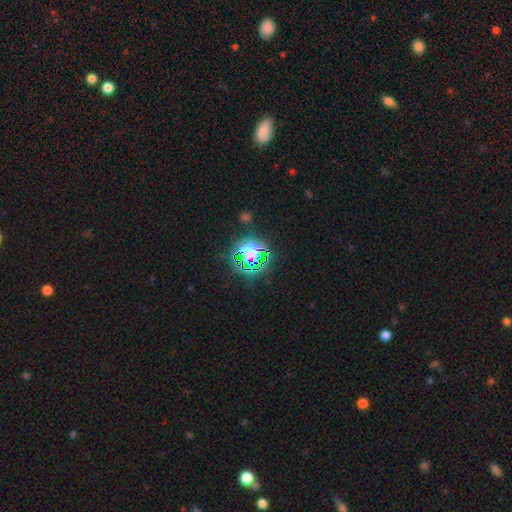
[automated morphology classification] This is likely a star or artifact rather than a galaxy (76%).